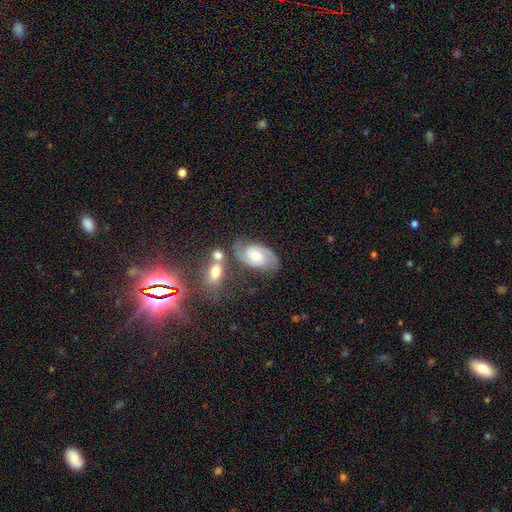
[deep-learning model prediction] A featured or disk galaxy (84%) with no bar (56%), 2 (90%) medium (47%) spiral arms (96%) and a moderate central bulge (66%).

Vote fractions:
- Smooth or featured? featured or disk: 84% / smooth: 10% / star or artifact: 6%
- Edge-on disk? no: 97% / yes: 3%
- Bar? no: 56% / weak: 34% / strong: 9%
- Spiral arms? yes: 96% / no: 4%
- Spiral winding? medium: 47% / tight: 42% / loose: 11%
- Spiral arm count? 2: 90% / can't tell: 4% / 3: 2% / 1: 2% / 4: 1% / more than 4: 1%
- Bulge size? moderate: 66% / small: 23% / large: 8% / none: 2% / dominant: 1%
- Merging? none: 71% / minor disturbance: 15% / merger: 9% / major disturbance: 5%